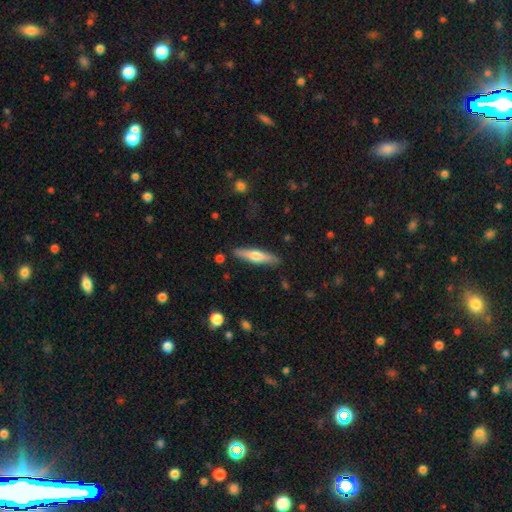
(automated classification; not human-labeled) A smooth galaxy with no disk features (51%) that is cigar-shaped (81%).

Vote fractions:
- Smooth or featured? smooth: 51% / featured or disk: 44% / star or artifact: 5%
- How rounded? cigar-shaped: 81% / in between: 18% / round: 2%
- Merging? none: 88% / minor disturbance: 9% / major disturbance: 2% / merger: 2%